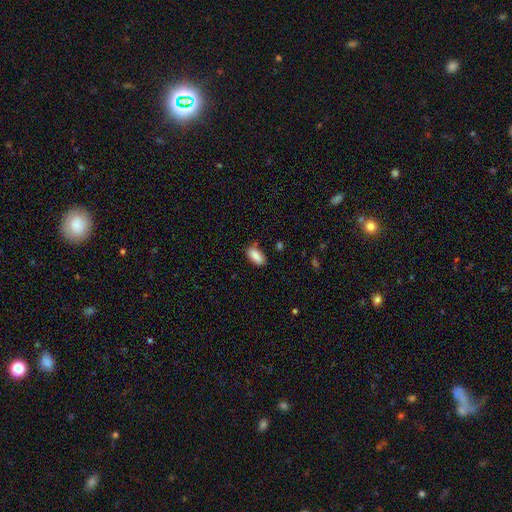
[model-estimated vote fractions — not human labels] smooth-or-featured: smooth: 88% | star or artifact: 7% | featured or disk: 5%
  how-rounded: in between: 89% | cigar-shaped: 9% | round: 3%
  merging: none: 78% | minor disturbance: 16% | major disturbance: 3% | merger: 3%